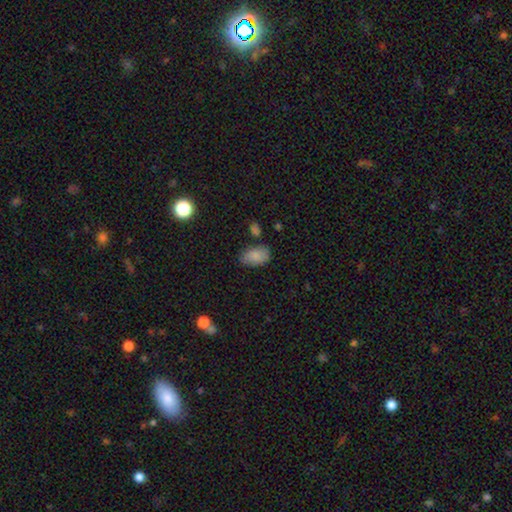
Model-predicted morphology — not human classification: The model was most divided on "merging": none: 71%, minor disturbance: 19%, merger: 6%, major disturbance: 5%. More confident: how rounded — in between (93%); smooth or featured — smooth (85%).